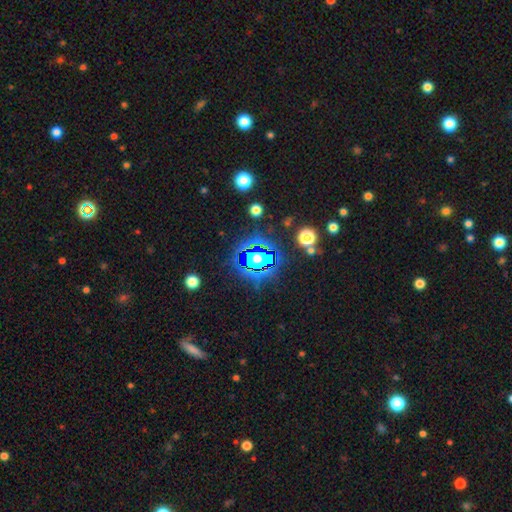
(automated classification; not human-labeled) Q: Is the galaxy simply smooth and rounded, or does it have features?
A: star or artifact — 61%.